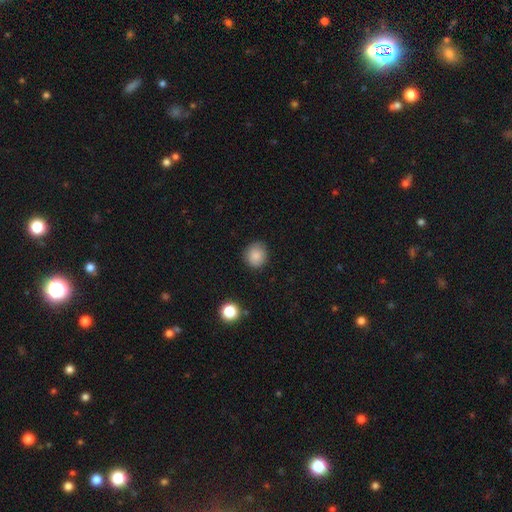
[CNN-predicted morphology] Overall: smooth (86%). How rounded: round (87%). Merging: none (86%).